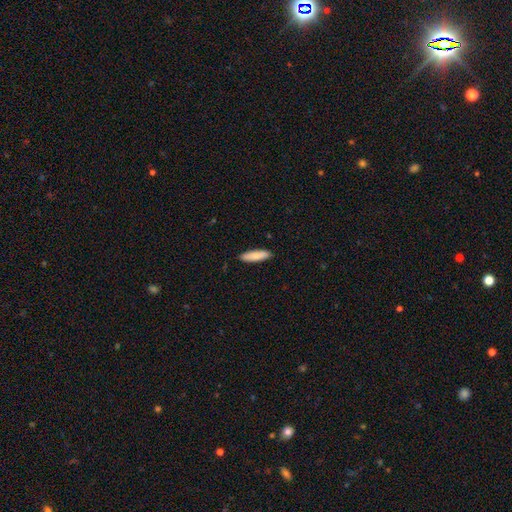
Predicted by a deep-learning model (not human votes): Q: Smooth or featured?
A: smooth (85%); runner-up: featured or disk (9%)
Q: How rounded?
A: cigar-shaped (61%); runner-up: in between (38%)
Q: Merging?
A: none (90%); runner-up: minor disturbance (8%)